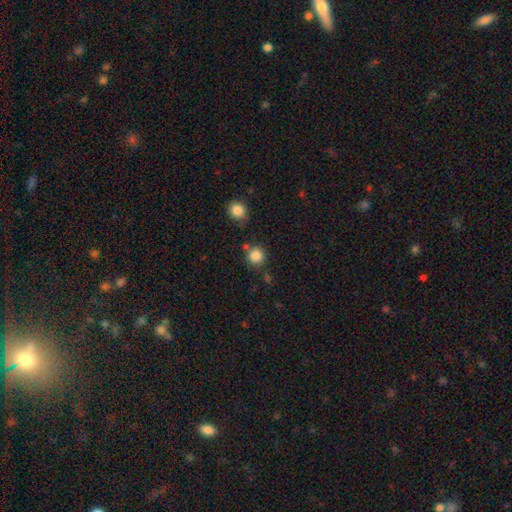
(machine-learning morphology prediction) This is clearly a smooth galaxy (85%). How rounded: clearly round (93%). Merging: likely none (77%).